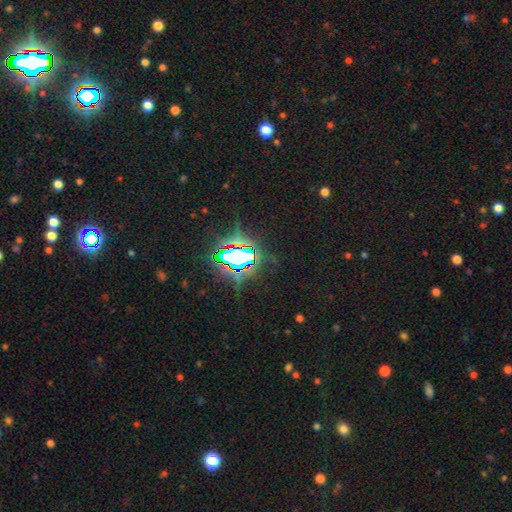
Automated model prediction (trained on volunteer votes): Smooth or featured? star or artifact (83%)